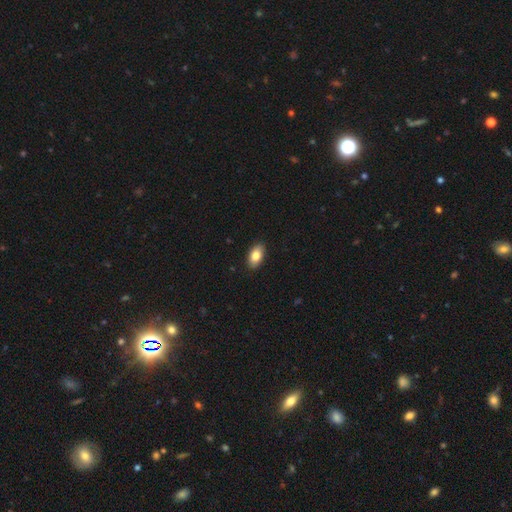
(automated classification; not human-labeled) smooth_or_featured: smooth (p=0.83) [alt: featured or disk p=0.10]
how_rounded: in between (p=0.93) [alt: round p=0.05]
merging: none (p=0.90) [alt: minor disturbance p=0.08]